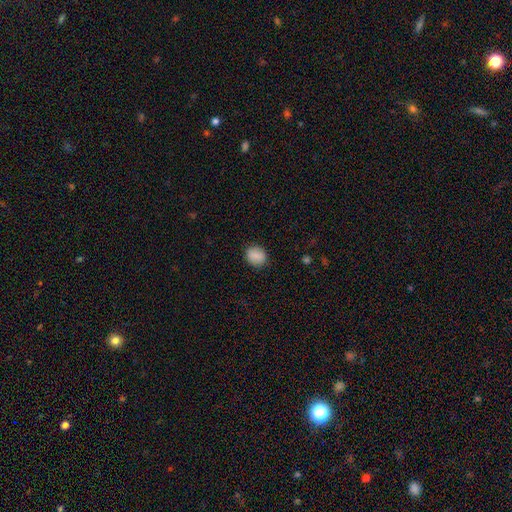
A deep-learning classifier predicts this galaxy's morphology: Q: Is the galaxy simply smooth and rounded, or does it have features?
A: smooth — 86%.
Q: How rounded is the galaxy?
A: round — 63%.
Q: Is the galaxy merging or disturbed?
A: none — 87%.